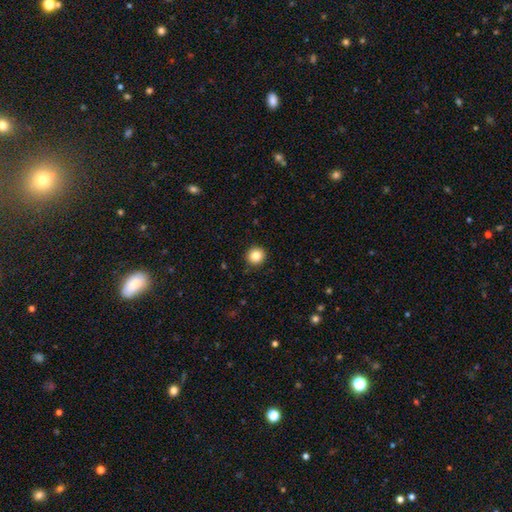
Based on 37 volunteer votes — Smooth or featured?
  - smooth: 92% *
  - star or artifact: 5%
  - featured or disk: 3%
How rounded?
  - round: 94% *
  - in between: 6%
  - cigar-shaped: 0%
Merging?
  - none: 86% *
  - major disturbance: 9%
  - minor disturbance: 6%
  - merger: 0%